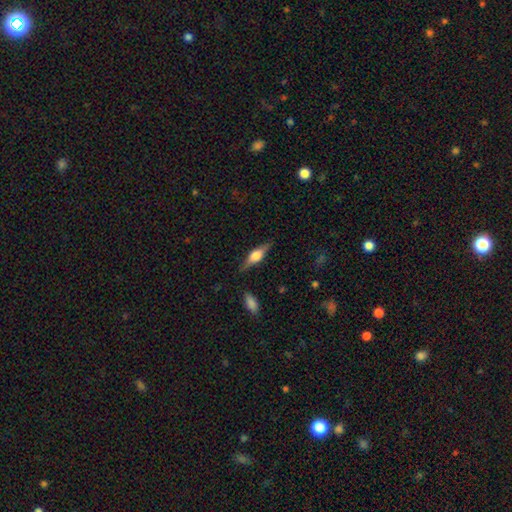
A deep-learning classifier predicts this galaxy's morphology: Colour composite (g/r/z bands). It shows a featured or disk galaxy (63%) viewed edge-on (96%) with a rounded central bulge (83%). Merging: none (84%).